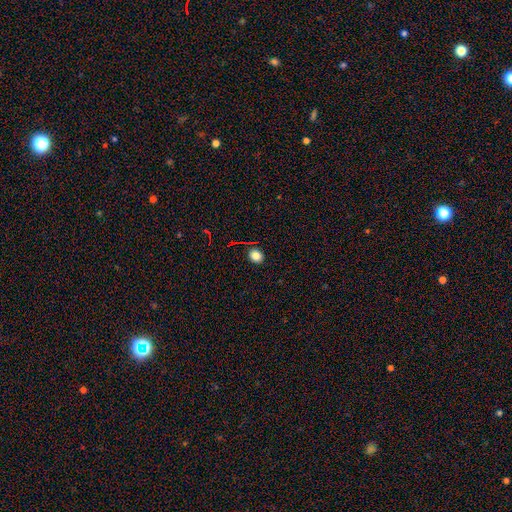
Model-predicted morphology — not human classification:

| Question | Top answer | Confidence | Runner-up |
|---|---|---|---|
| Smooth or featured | smooth | 81% | star or artifact (14%) |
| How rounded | round | 65% | in between (33%) |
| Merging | none | 87% | minor disturbance (9%) |